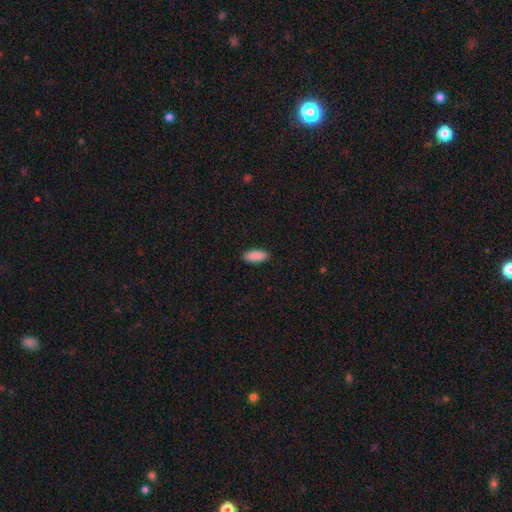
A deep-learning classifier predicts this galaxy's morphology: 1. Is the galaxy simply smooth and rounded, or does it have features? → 90% smooth, 6% star or artifact, 4% featured or disk.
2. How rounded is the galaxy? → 85% in between, 13% cigar-shaped, 2% round.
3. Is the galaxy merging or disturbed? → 90% none, 8% minor disturbance, 2% major disturbance, 1% merger.